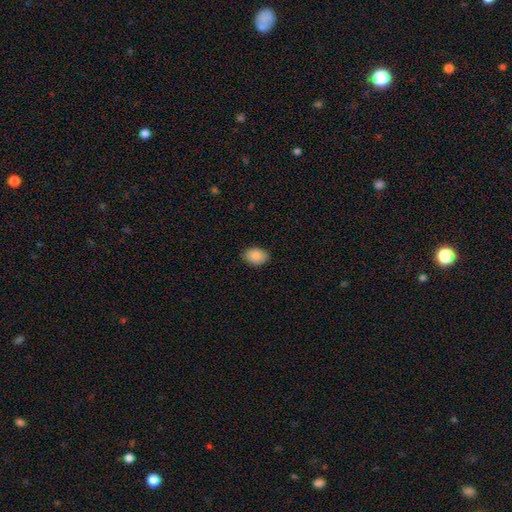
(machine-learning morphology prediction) The model was most divided on "how rounded": in between: 84%, round: 15%, cigar-shaped: 1%. More confident: smooth or featured — smooth (89%); merging — none (87%).